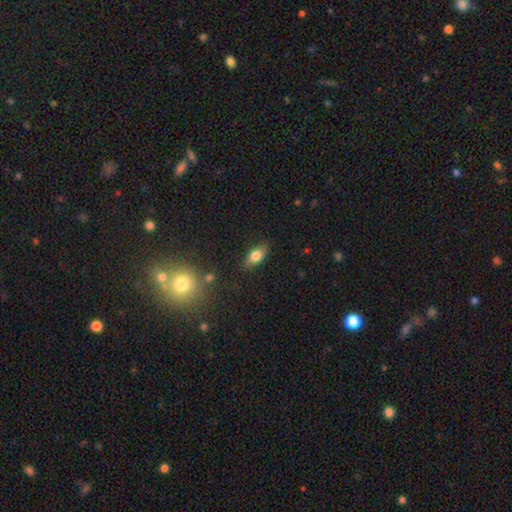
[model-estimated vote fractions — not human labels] This appears to be a smooth galaxy with no disk features (73%) that is in between round and cigar-shaped (81%). Merging: none (84%).